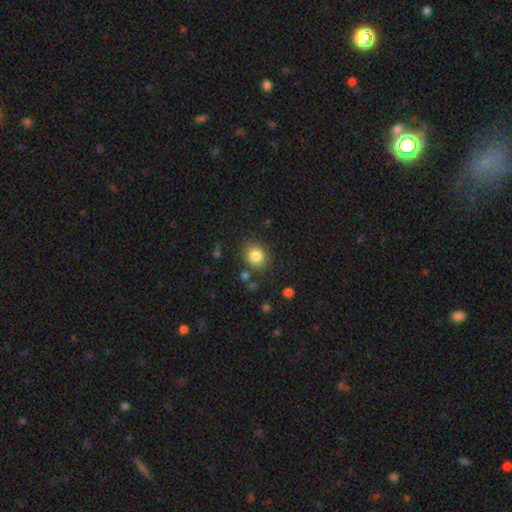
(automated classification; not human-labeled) smooth 83%, star or artifact 10%, featured or disk 7%. Down the decision tree: how rounded — round (76%); merging — none (84%).